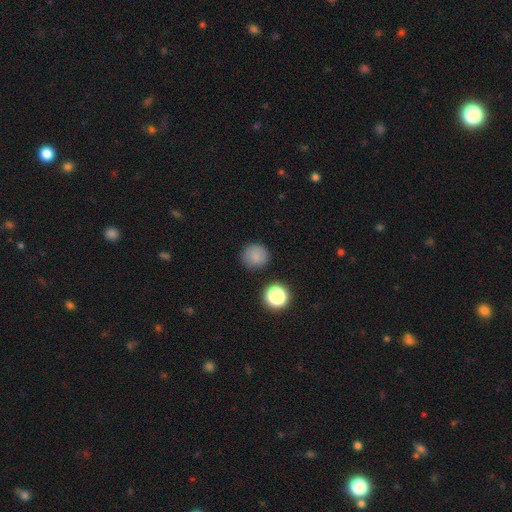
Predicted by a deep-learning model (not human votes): smooth 81%, star or artifact 13%, featured or disk 6%. Down the decision tree: how rounded — round (93%); merging — none (85%).